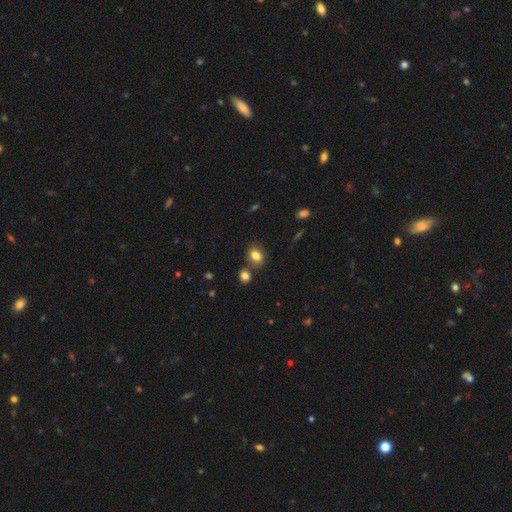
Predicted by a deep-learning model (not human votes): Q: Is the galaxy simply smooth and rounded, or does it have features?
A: smooth — 82%.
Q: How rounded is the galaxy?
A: in between — 60%.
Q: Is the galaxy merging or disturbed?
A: none — 69%.